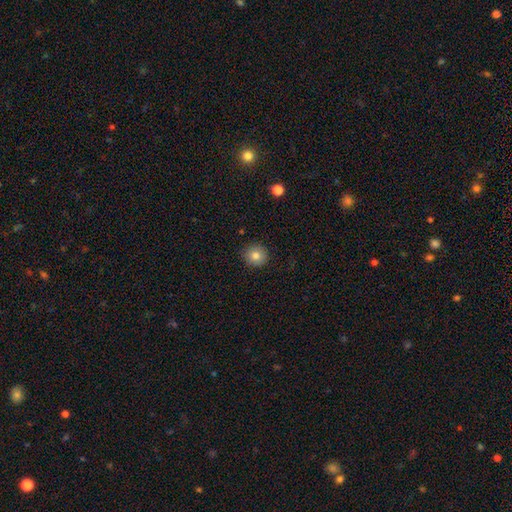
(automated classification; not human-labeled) smooth 81%, star or artifact 10%, featured or disk 9%. Down the decision tree: how rounded — round (93%); merging — none (91%).